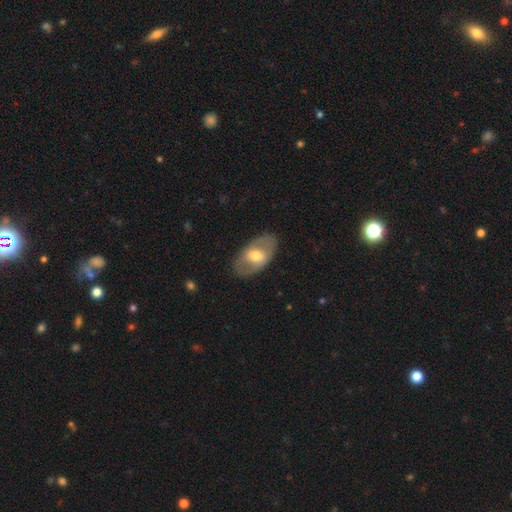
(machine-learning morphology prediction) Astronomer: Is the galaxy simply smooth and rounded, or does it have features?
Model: featured or disk — 52% (runner-up: smooth, 42%).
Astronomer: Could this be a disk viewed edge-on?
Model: no — 88%.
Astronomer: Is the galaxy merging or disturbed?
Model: none — 83%.